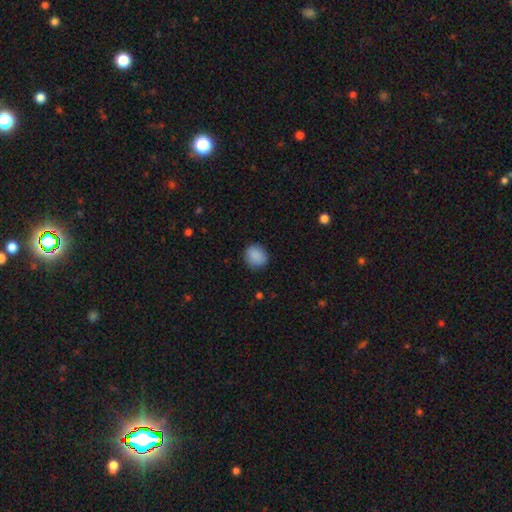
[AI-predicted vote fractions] This appears to be a smooth galaxy with no disk features (88%) that is round (79%). Merging: none (86%).